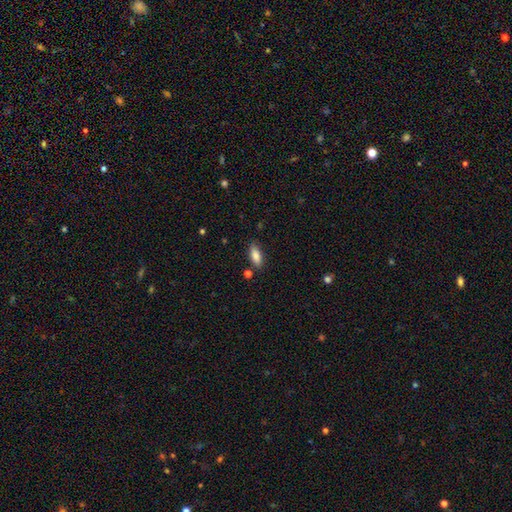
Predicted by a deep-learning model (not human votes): A smooth galaxy with no disk features (85%) that is in between round and cigar-shaped (81%).

Vote fractions:
- Smooth or featured? smooth: 85% / featured or disk: 7% / star or artifact: 7%
- How rounded? in between: 81% / cigar-shaped: 17% / round: 2%
- Merging? none: 81% / minor disturbance: 13% / merger: 4% / major disturbance: 3%